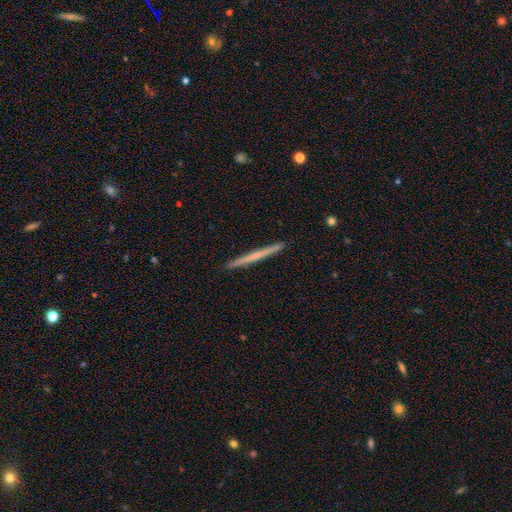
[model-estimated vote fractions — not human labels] Smooth or featured? smooth (50%)
How rounded? cigar-shaped (97%)
Merging? none (93%)